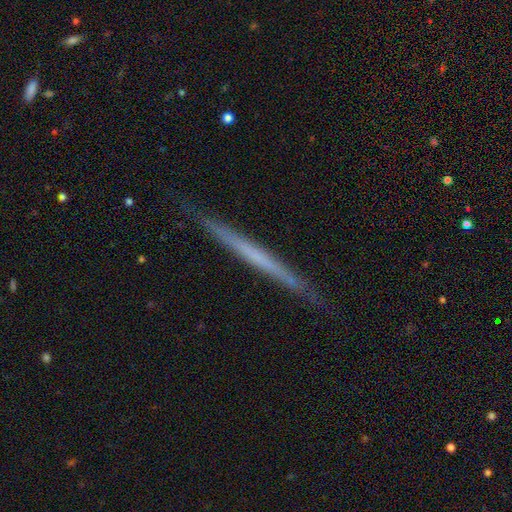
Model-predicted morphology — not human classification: Overall: featured or disk (56%; smooth 38%). Edge-on disk: yes (97%). Edge-on bulge: none (91%). Merging: none (90%).